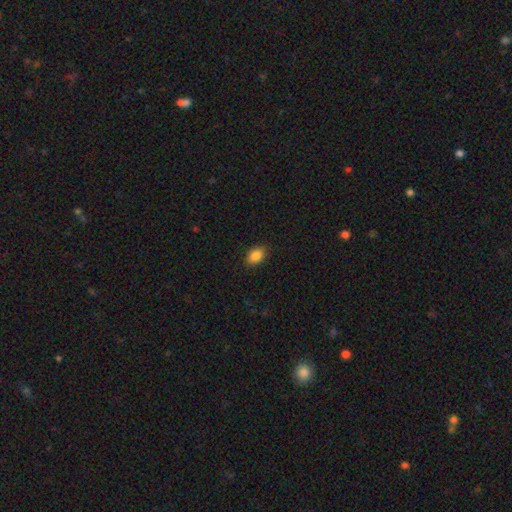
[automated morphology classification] Overall: smooth (87%). How rounded: in between (82%). Merging: none (88%).